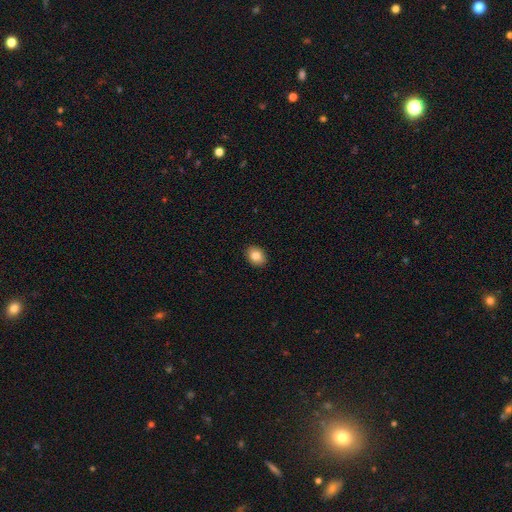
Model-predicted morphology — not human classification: Smooth or featured? Predicted: smooth (p=0.83). How rounded? Predicted: in between (p=0.62). Merging? Predicted: none (p=0.91).